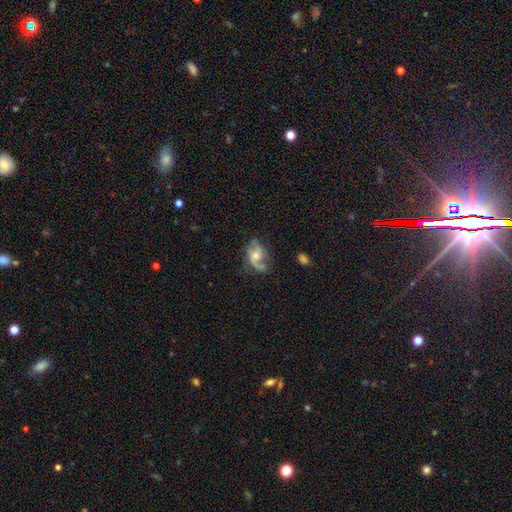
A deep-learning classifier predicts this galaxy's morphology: Q: Smooth or featured?
A: featured or disk (74%); runner-up: smooth (18%)
Q: Edge-on disk?
A: no (97%); runner-up: yes (3%)
Q: Bar?
A: no (62%); runner-up: weak (31%)
Q: Spiral arms?
A: yes (90%); runner-up: no (10%)
Q: Spiral winding?
A: loose (53%); runner-up: medium (37%)
Q: Spiral arm count?
A: 2 (81%); runner-up: 1 (7%)
Q: Bulge size?
A: moderate (51%); runner-up: small (34%)
Q: Merging?
A: none (54%); runner-up: minor disturbance (24%)